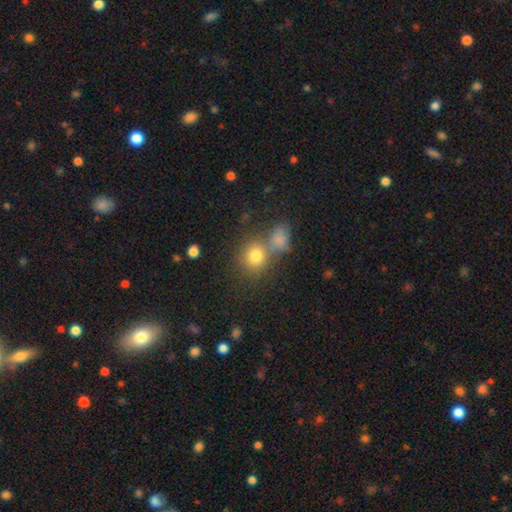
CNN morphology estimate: Smooth or featured? Predicted: smooth (p=0.78). How rounded? Predicted: round (p=0.76). Merging? Predicted: none (p=0.50).